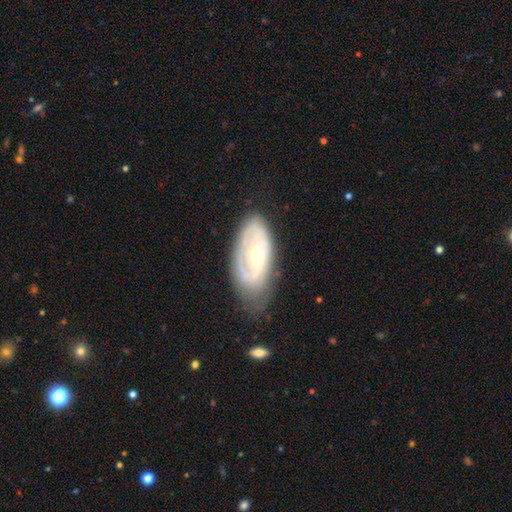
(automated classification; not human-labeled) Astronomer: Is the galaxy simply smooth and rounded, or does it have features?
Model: featured or disk — 74%.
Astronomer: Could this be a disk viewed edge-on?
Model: no — 93%.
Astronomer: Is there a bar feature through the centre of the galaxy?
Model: no — 54% (runner-up: weak, 34%).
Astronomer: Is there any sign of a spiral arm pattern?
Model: yes — 78%.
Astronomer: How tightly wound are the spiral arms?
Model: tight — 62%.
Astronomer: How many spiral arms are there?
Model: can't tell — 42% (runner-up: 2, 36%).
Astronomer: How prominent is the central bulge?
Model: small — 55% (runner-up: moderate, 41%).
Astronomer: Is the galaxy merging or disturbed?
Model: none — 58%.